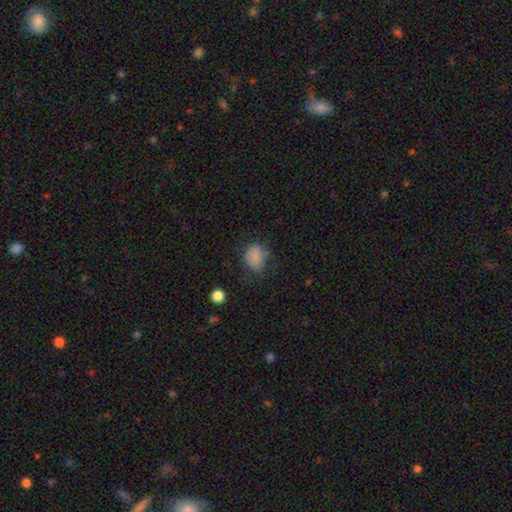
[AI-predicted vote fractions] Smooth or featured? Predicted: smooth (p=0.78). How rounded? Predicted: in between (p=0.53). Merging? Predicted: none (p=0.53).